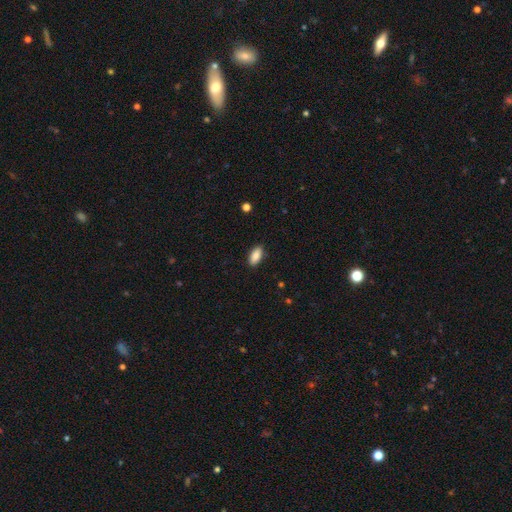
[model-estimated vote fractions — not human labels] Smooth or featured: smooth — 88% (star or artifact — 7%)
How rounded: in between — 90% (cigar-shaped — 8%)
Merging: none — 88% (minor disturbance — 9%)